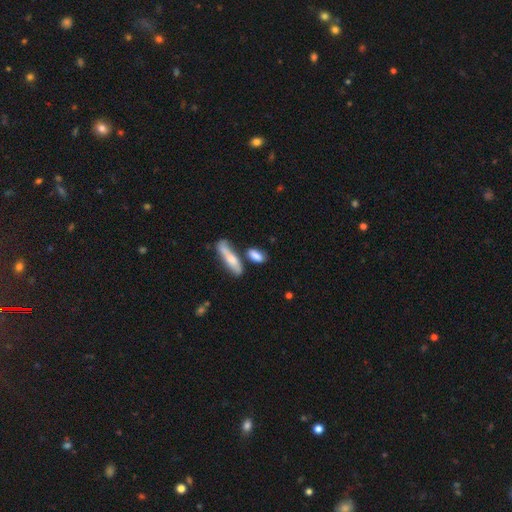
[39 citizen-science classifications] Q: Smooth or featured?
A: smooth (92%); runner-up: featured or disk (5%)
Q: How rounded?
A: in between (75%); runner-up: cigar-shaped (25%)
Q: Merging?
A: none (58%); runner-up: minor disturbance (18%)